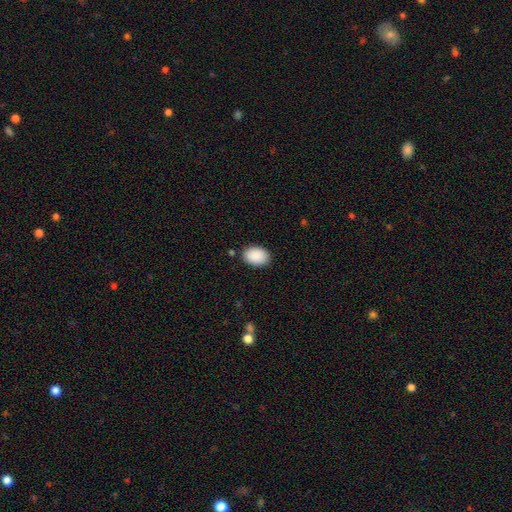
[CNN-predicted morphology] smooth_or_featured: smooth (p=0.91) [alt: star or artifact p=0.07]
how_rounded: in between (p=0.82) [alt: round p=0.17]
merging: none (p=0.87) [alt: minor disturbance p=0.09]